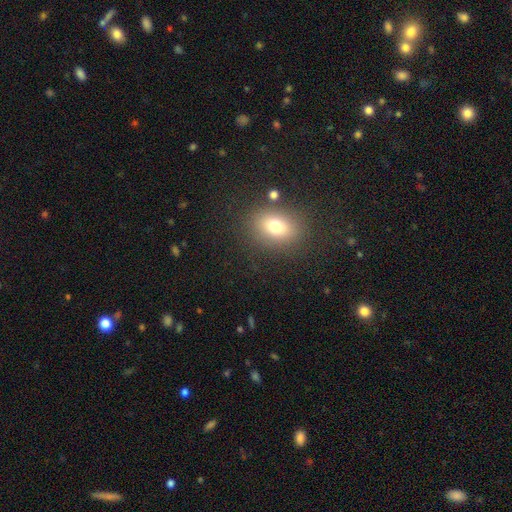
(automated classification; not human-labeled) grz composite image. It shows a smooth galaxy with no disk features (71%) that is in between round and cigar-shaped (69%). Merging: none (87%).